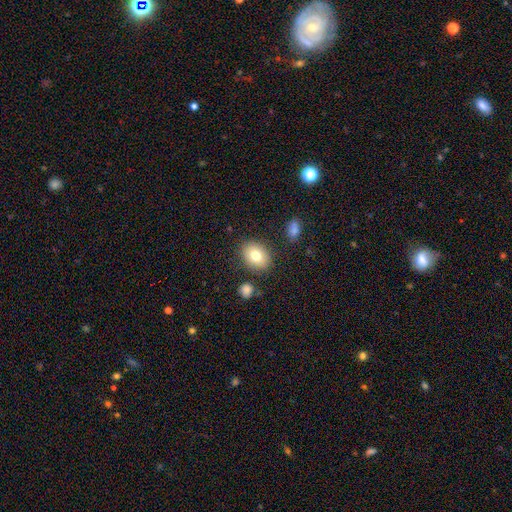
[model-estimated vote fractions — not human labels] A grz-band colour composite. It shows a smooth galaxy with no disk features (77%) that is in between round and cigar-shaped (57%). Merging: none (84%).